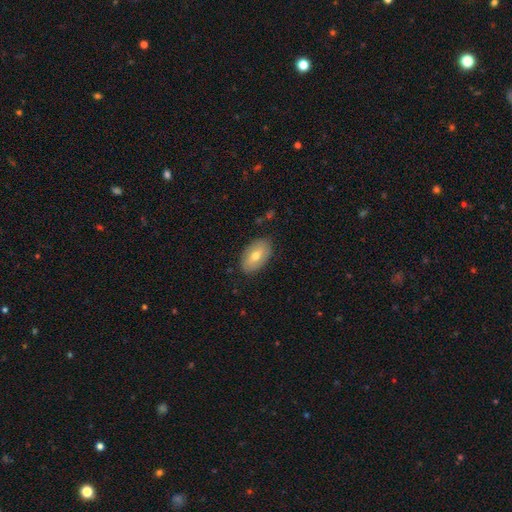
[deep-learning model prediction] Q: Smooth or featured?
A: smooth (64%); runner-up: featured or disk (29%)
Q: How rounded?
A: in between (93%); runner-up: round (6%)
Q: Merging?
A: none (84%); runner-up: minor disturbance (12%)